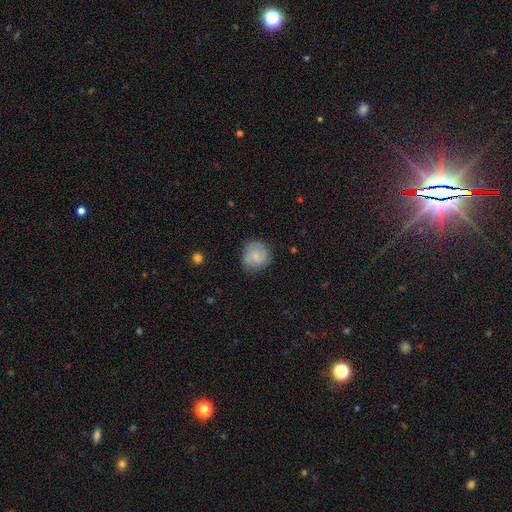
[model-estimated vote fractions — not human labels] Morphology: type=smooth (49%); merging=none (71%).